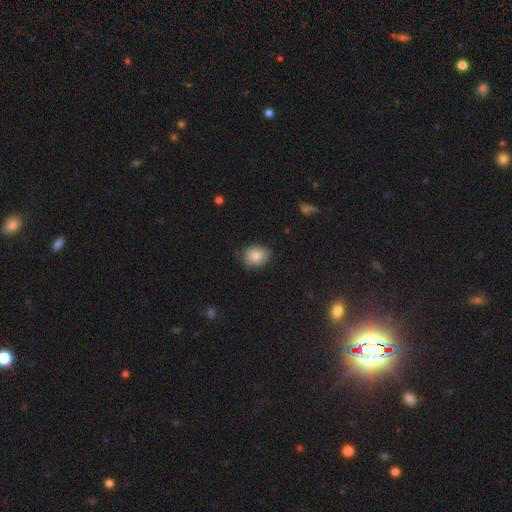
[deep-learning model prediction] Q: Smooth or featured?
A: smooth (83%); runner-up: featured or disk (9%)
Q: How rounded?
A: round (56%); runner-up: in between (43%)
Q: Merging?
A: none (72%); runner-up: minor disturbance (23%)